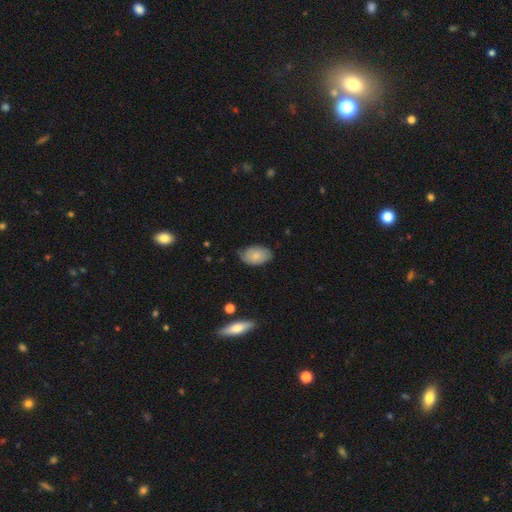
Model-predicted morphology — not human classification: The model was most divided on "merging": none: 66%, minor disturbance: 28%, major disturbance: 5%, merger: 1%. More confident: how rounded — in between (90%); smooth or featured — smooth (66%).